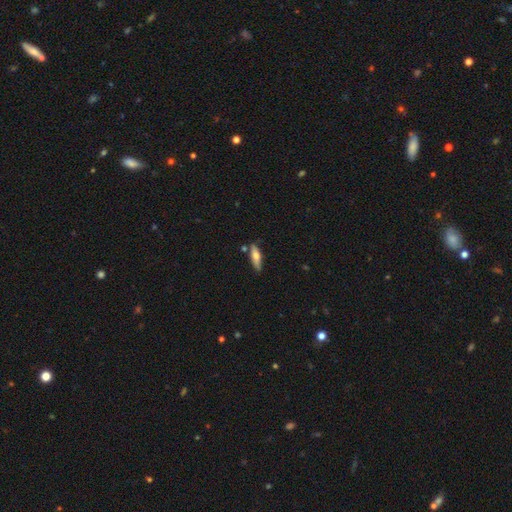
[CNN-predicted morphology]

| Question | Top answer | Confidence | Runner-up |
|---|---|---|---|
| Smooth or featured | smooth | 60% | featured or disk (34%) |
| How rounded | cigar-shaped | 59% | in between (39%) |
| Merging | none | 77% | minor disturbance (15%) |